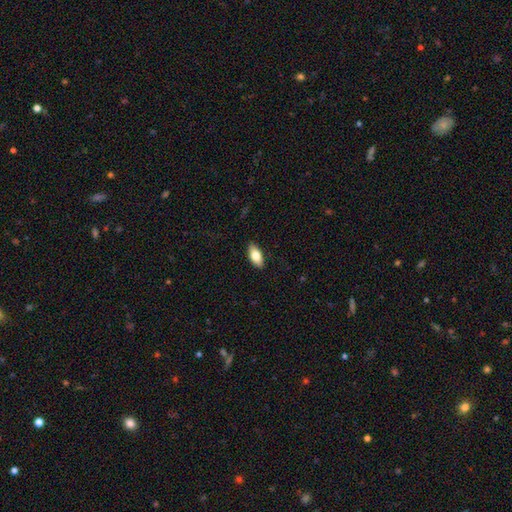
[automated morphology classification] This is likely a smooth galaxy (75%). How rounded: clearly in between (88%). Merging: clearly none (88%).